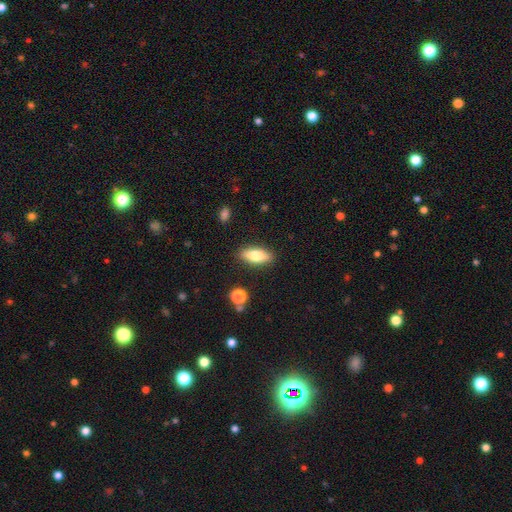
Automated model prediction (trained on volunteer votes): Smooth or featured? smooth (72%)
How rounded? in between (74%)
Merging? none (87%)